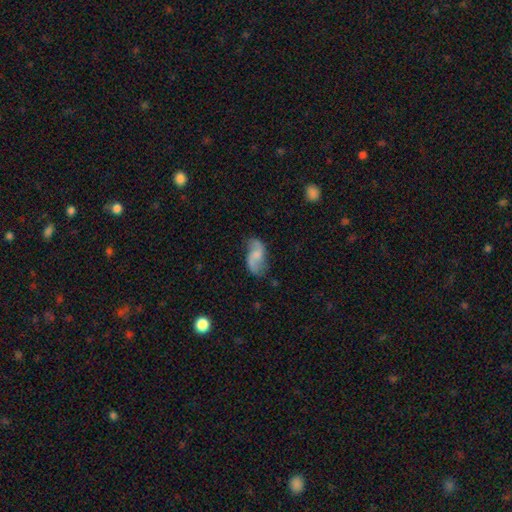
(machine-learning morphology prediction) featured or disk 67%, smooth 26%, star or artifact 7%. Down the decision tree: edge-on disk — no (97%); bar — no (47%); spiral arms — yes (92%); spiral arm count — 2 (91%); spiral winding — loose (73%); bulge size — none (37%); merging — none (67%).